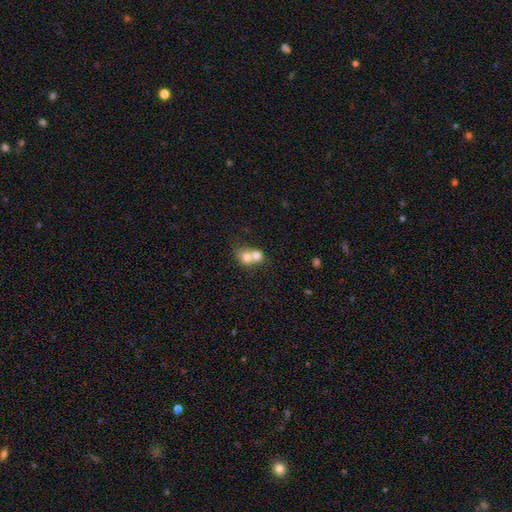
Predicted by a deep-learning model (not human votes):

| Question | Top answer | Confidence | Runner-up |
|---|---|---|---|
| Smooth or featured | smooth | 72% | featured or disk (18%) |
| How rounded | round | 69% | in between (30%) |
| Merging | merger | 70% | none (22%) |